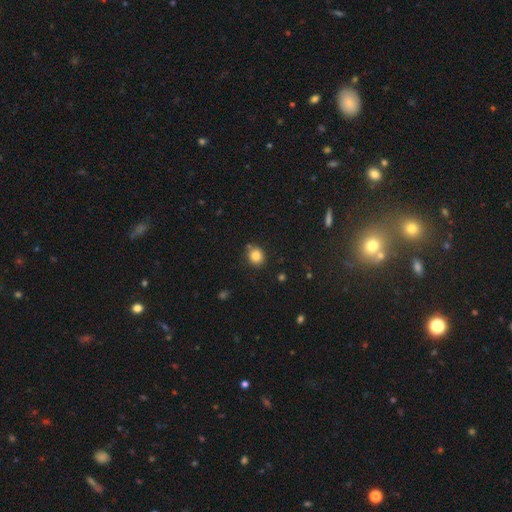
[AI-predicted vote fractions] Q: Smooth or featured?
A: smooth (83%); runner-up: star or artifact (11%)
Q: How rounded?
A: round (79%); runner-up: in between (20%)
Q: Merging?
A: none (82%); runner-up: minor disturbance (10%)